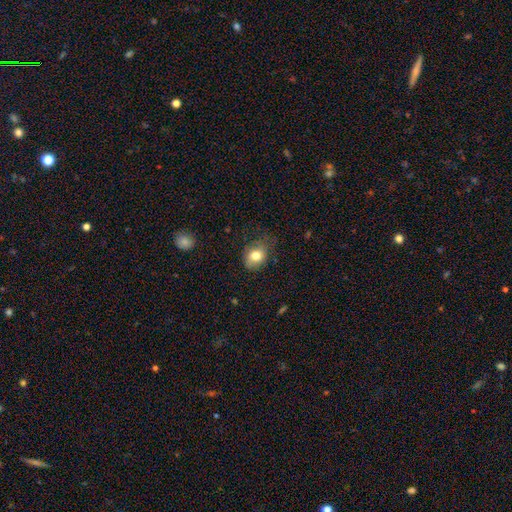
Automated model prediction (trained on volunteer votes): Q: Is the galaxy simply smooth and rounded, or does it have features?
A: smooth — 80%.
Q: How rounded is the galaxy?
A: in between — 59%.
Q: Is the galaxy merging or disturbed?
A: none — 59%.